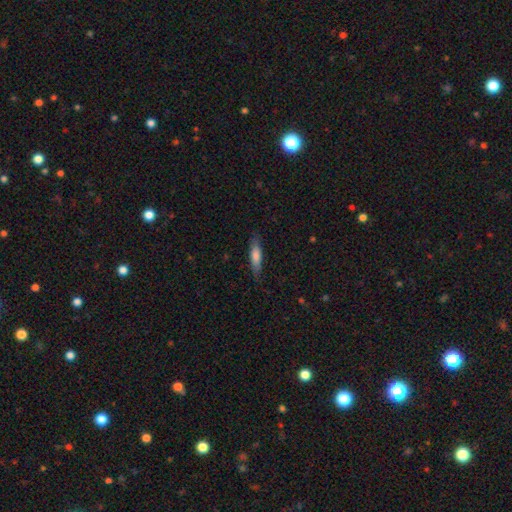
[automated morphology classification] Q: Smooth or featured?
A: smooth (69%); runner-up: featured or disk (25%)
Q: How rounded?
A: cigar-shaped (75%); runner-up: in between (23%)
Q: Merging?
A: none (83%); runner-up: minor disturbance (13%)